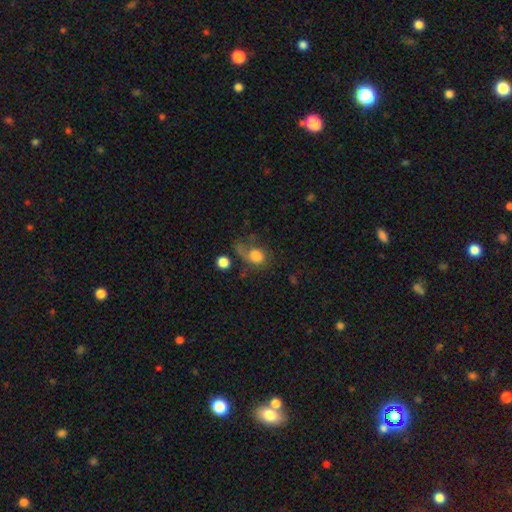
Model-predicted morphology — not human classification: Smooth or featured? Predicted: smooth (p=0.71). How rounded? Predicted: in between (p=0.50). Merging? Predicted: major disturbance (p=0.41).